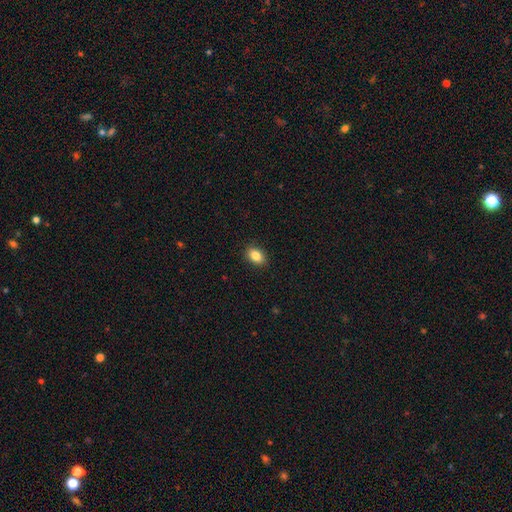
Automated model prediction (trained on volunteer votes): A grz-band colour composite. It shows a smooth galaxy with no disk features (85%) that is in between round and cigar-shaped (84%). Merging: none (89%).